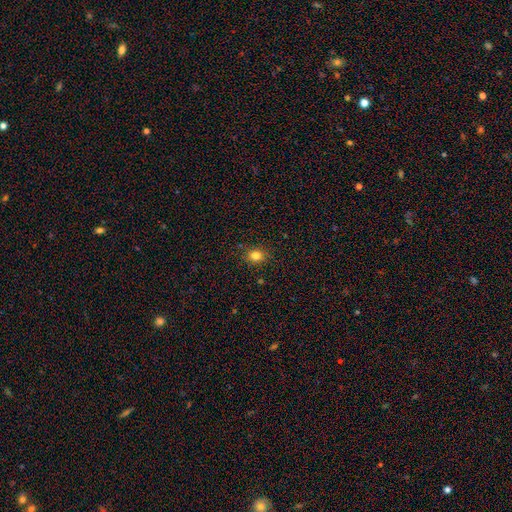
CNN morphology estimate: Smooth or featured? Predicted: smooth (p=0.82). How rounded? Predicted: round (p=0.65). Merging? Predicted: none (p=0.87).